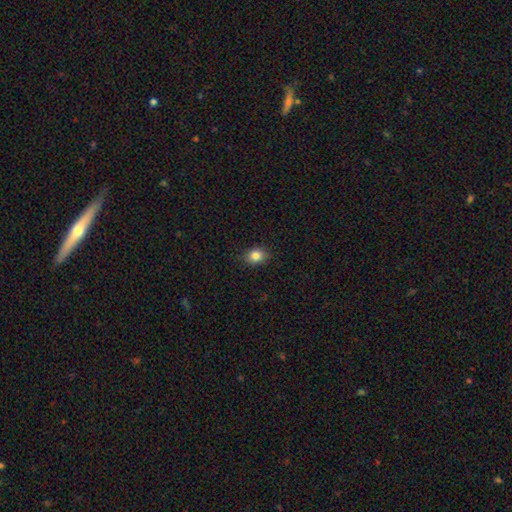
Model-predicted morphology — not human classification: Overall: smooth (84%). How rounded: in between (56%; round 43%). Merging: none (87%).